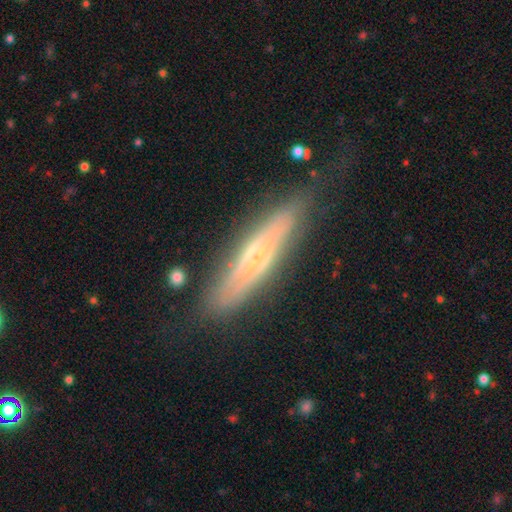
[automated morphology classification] This appears to be a featured or disk galaxy (74%) viewed edge-on (87%) with a rounded central bulge (56%). Merging: none (71%).